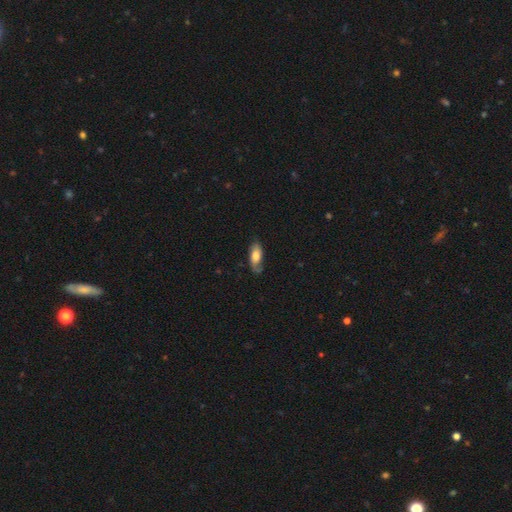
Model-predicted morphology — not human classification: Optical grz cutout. It shows a smooth galaxy with no disk features (63%) that is in between round and cigar-shaped (82%). Merging: none (61%).